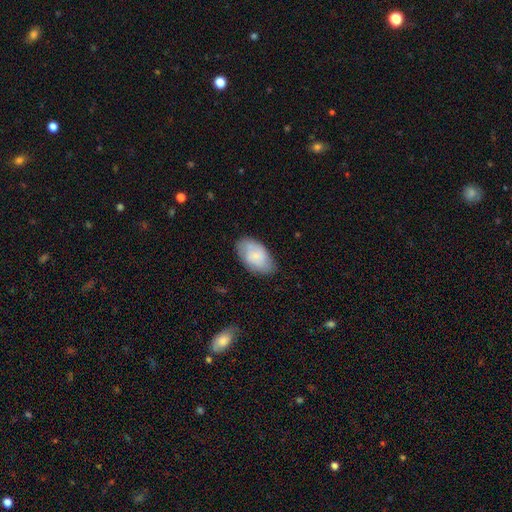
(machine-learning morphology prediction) This appears to be a smooth galaxy with no disk features (72%) that is in between round and cigar-shaped (94%). Merging: none (73%).